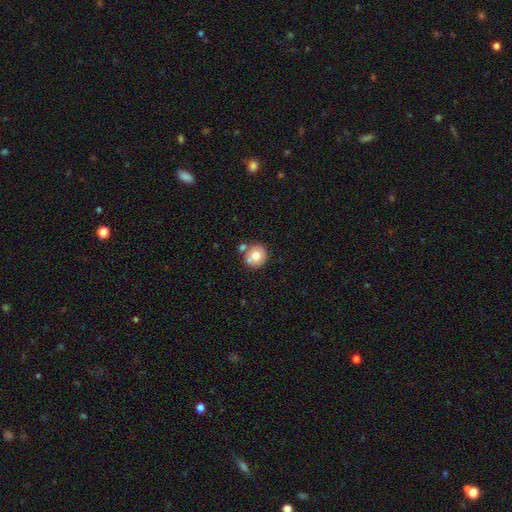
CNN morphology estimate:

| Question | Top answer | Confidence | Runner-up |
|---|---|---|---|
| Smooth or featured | smooth | 74% | featured or disk (16%) |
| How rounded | round | 88% | in between (11%) |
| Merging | none | 64% | merger (22%) |